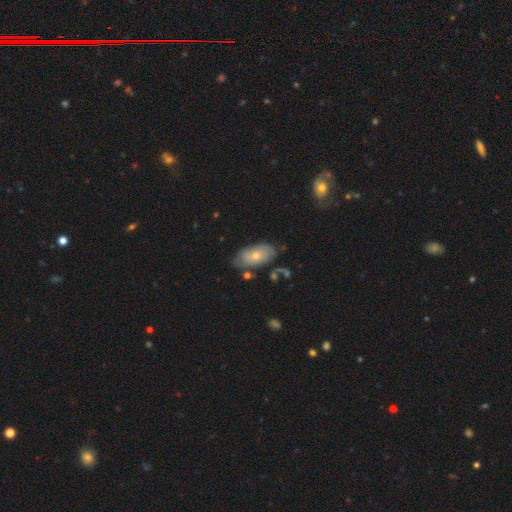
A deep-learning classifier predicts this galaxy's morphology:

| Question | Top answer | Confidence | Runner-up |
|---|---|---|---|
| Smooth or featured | smooth | 56% | featured or disk (38%) |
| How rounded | in between | 92% | round (5%) |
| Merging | none | 65% | minor disturbance (24%) |